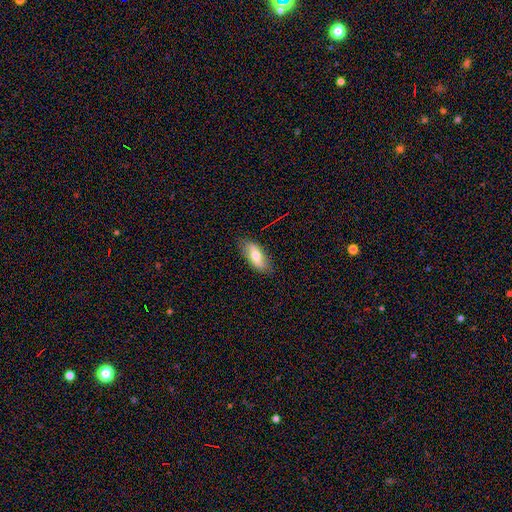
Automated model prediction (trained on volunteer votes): Overall: smooth (58%; featured or disk 35%). How rounded: in between (83%). Merging: none (82%).